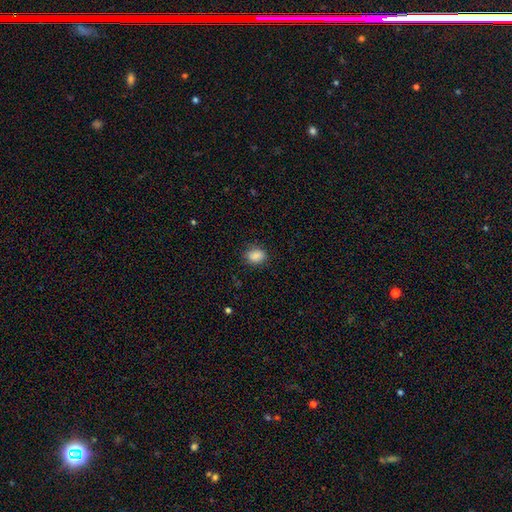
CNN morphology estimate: smooth-or-featured: smooth: 88% | star or artifact: 8% | featured or disk: 4%
  how-rounded: in between: 66% | round: 32% | cigar-shaped: 1%
  merging: none: 83% | minor disturbance: 13% | major disturbance: 3% | merger: 1%